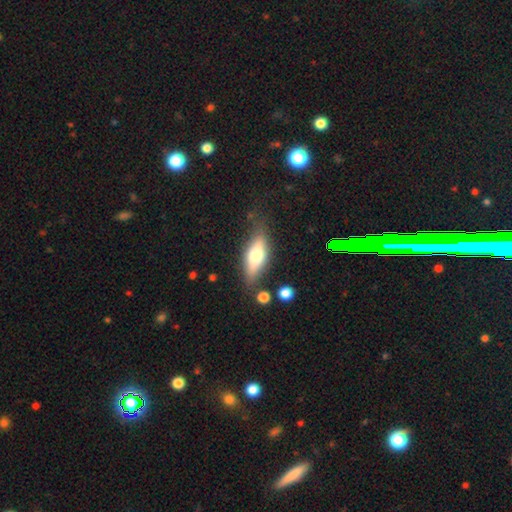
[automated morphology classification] smooth 57%, featured or disk 36%, star or artifact 7%. Down the decision tree: how rounded — in between (63%); merging — none (72%).